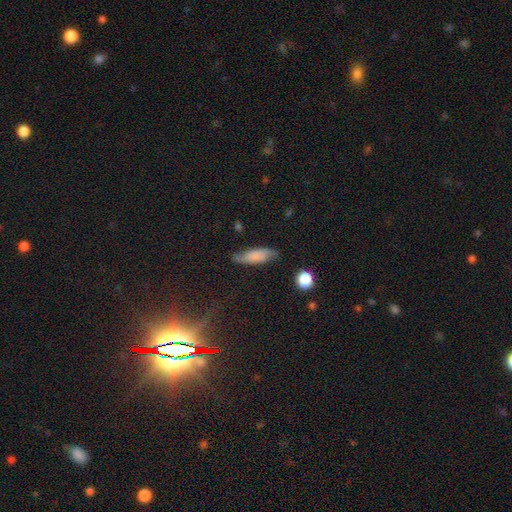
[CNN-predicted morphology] type=smooth (69%); roundness=in between (52%); merging=none (72%).